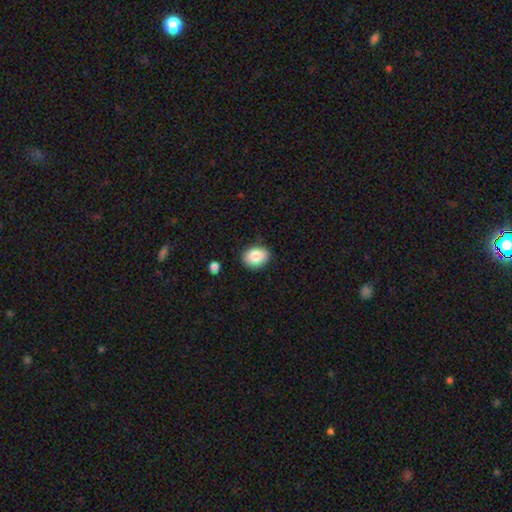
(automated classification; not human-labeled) Morphology: type=smooth (86%); roundness=in between (61%); merging=none (81%).